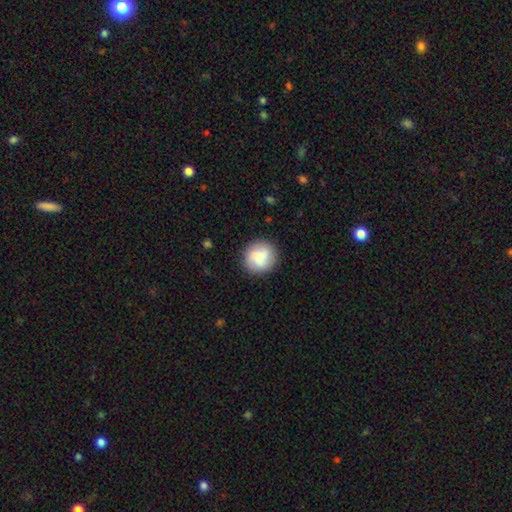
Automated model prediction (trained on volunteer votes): smooth-or-featured: smooth: 75% | featured or disk: 18% | star or artifact: 7%
  how-rounded: round: 89% | in between: 10% | cigar-shaped: 1%
  merging: none: 81% | minor disturbance: 12% | major disturbance: 4% | merger: 2%